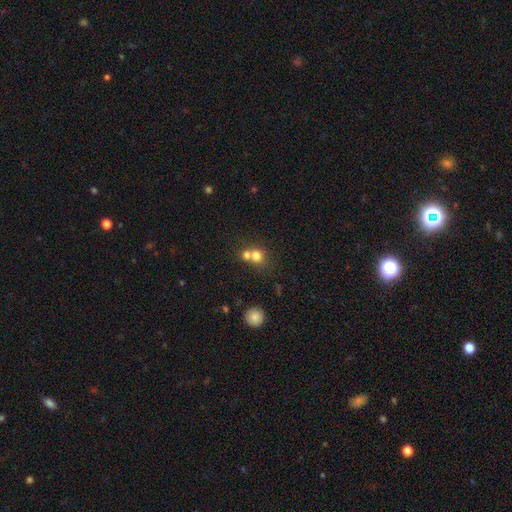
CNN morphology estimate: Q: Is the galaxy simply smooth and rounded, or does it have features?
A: smooth — 75%.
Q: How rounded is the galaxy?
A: round — 80%.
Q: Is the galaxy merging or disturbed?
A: merger — 55%.